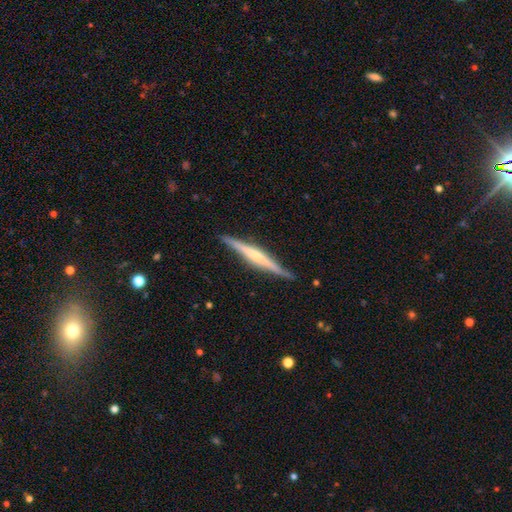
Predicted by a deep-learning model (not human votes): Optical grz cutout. It shows a featured or disk galaxy (70%) viewed edge-on (98%) with a rounded central bulge (40%). Merging: none (88%).